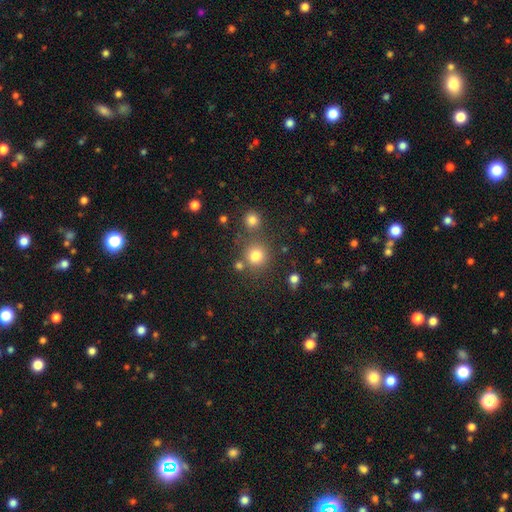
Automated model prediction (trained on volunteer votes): Morphology: type=smooth (80%); roundness=round (88%); merging=none (71%).